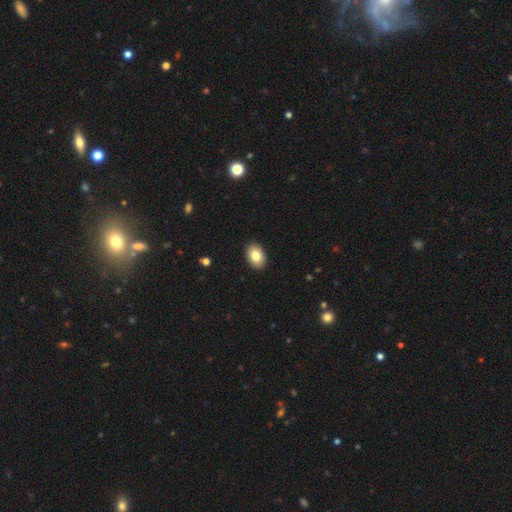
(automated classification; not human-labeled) Smooth or featured: smooth — 82% (featured or disk — 10%)
How rounded: in between — 85% (round — 14%)
Merging: none — 91% (minor disturbance — 7%)